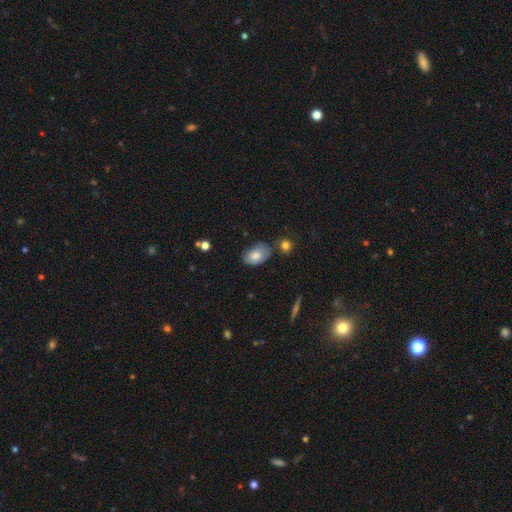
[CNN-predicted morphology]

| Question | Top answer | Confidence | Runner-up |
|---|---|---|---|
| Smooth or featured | smooth | 75% | featured or disk (18%) |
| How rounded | in between | 91% | round (8%) |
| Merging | none | 63% | minor disturbance (24%) |